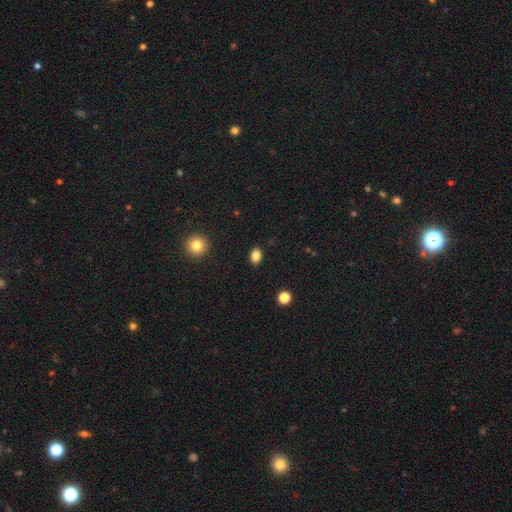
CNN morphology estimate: type=smooth (84%); roundness=in between (66%); merging=none (89%).